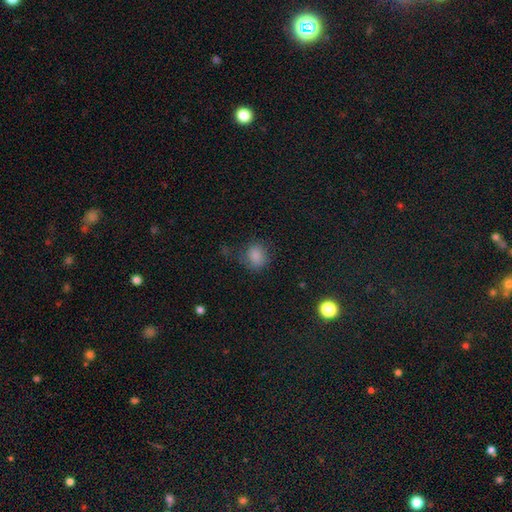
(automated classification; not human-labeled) This is clearly a smooth galaxy (81%). How rounded: likely round (75%). Merging: possibly none (58%).